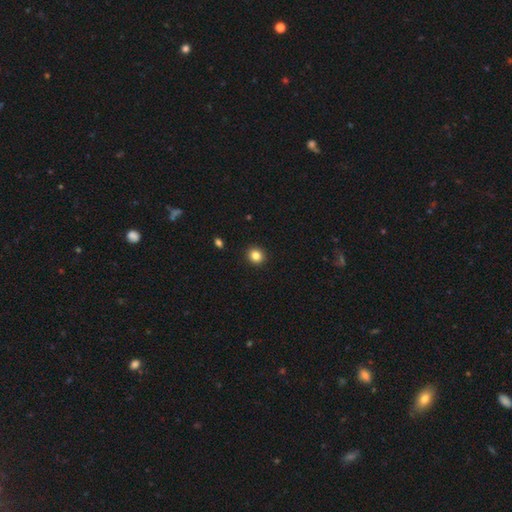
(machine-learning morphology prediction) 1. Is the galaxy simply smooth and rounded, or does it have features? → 84% smooth, 11% star or artifact, 5% featured or disk.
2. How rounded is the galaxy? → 87% round, 13% in between, 1% cigar-shaped.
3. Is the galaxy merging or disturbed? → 93% none, 5% minor disturbance, 2% major disturbance, 1% merger.